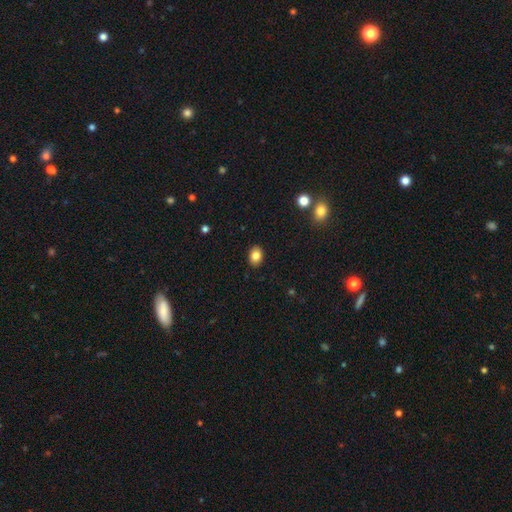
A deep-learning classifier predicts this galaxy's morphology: type=smooth (84%); roundness=in between (68%); merging=none (90%).